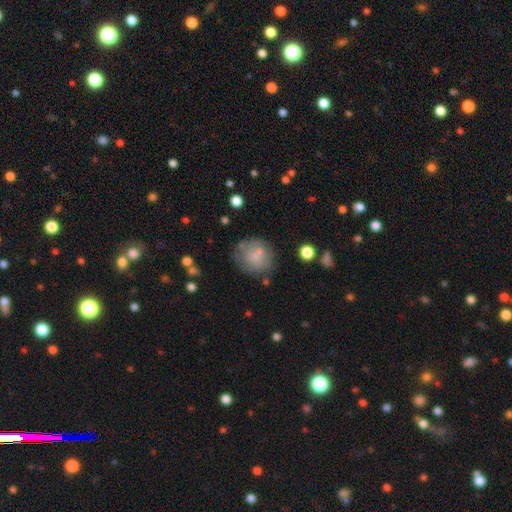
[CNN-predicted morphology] This appears to be a smooth galaxy with no disk features (68%) that is round (85%). Merging: none (61%).